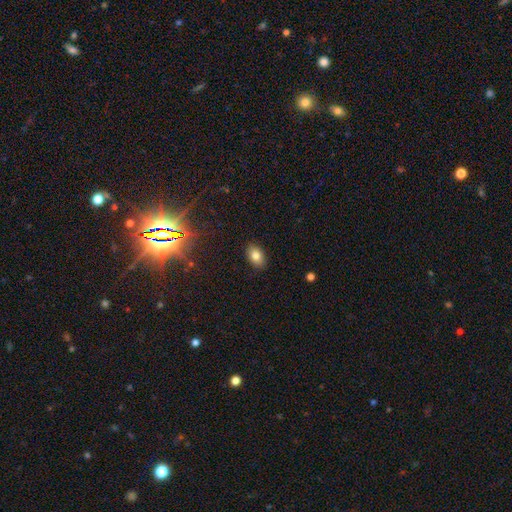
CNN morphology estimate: Smooth or featured?
  - smooth: 81% *
  - star or artifact: 10%
  - featured or disk: 9%
How rounded?
  - in between: 86% *
  - round: 13%
  - cigar-shaped: 1%
Merging?
  - none: 88% *
  - minor disturbance: 9%
  - major disturbance: 2%
  - merger: 1%